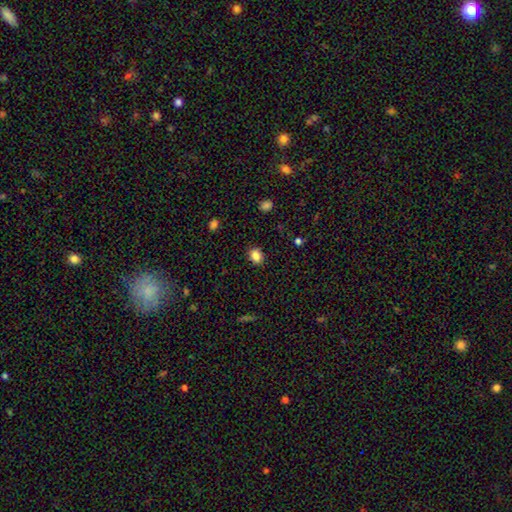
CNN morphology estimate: A smooth galaxy with no disk features (85%) that is round (52%).

Vote fractions:
- Smooth or featured? smooth: 85% / star or artifact: 10% / featured or disk: 5%
- How rounded? round: 52% / in between: 47% / cigar-shaped: 1%
- Merging? none: 89% / minor disturbance: 8% / major disturbance: 2% / merger: 1%